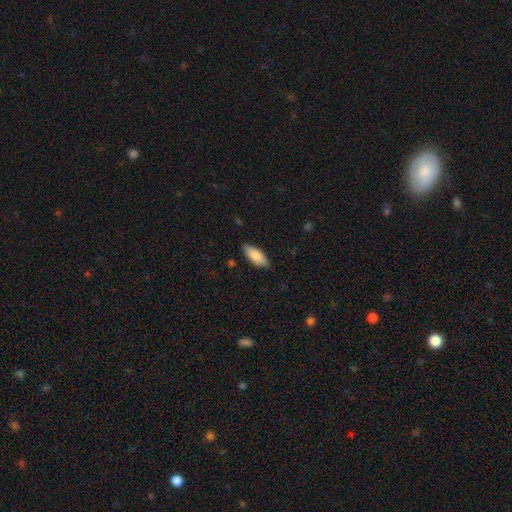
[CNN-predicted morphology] smooth-or-featured: smooth: 84% | featured or disk: 10% | star or artifact: 6%
  how-rounded: in between: 78% | cigar-shaped: 20% | round: 2%
  merging: none: 85% | minor disturbance: 11% | major disturbance: 2% | merger: 1%